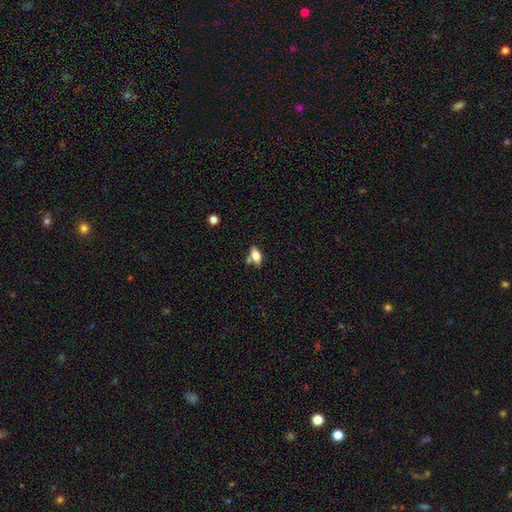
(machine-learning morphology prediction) This is likely a smooth galaxy (69%). How rounded: clearly in between (85%). Merging: likely none (65%).